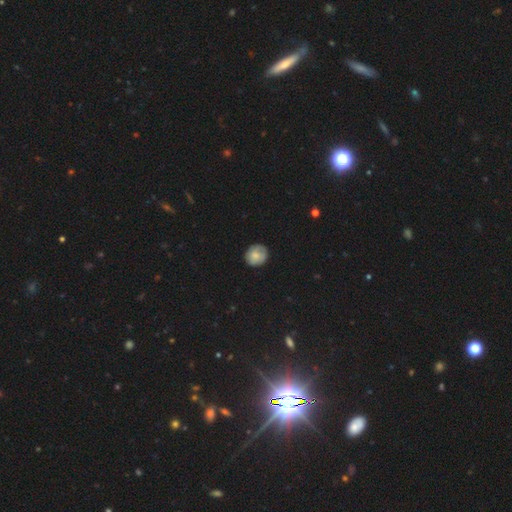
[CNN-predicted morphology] smooth_or_featured: smooth (p=0.77) [alt: featured or disk p=0.16]
how_rounded: round (p=0.84) [alt: in between p=0.15]
merging: none (p=0.79) [alt: minor disturbance p=0.17]